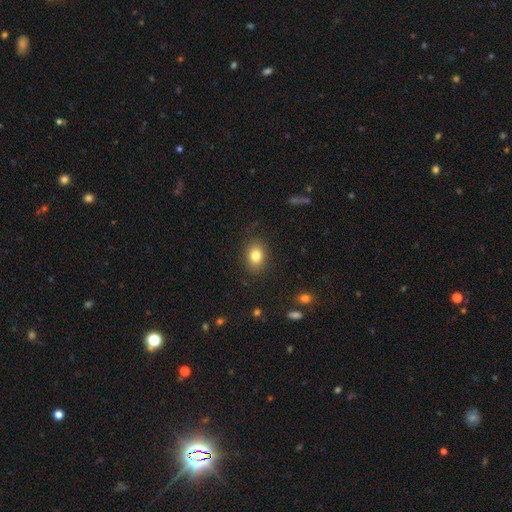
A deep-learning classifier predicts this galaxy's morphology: The model was most divided on "how rounded": in between: 64%, round: 35%, cigar-shaped: 1%. More confident: merging — none (86%); smooth or featured — smooth (82%).